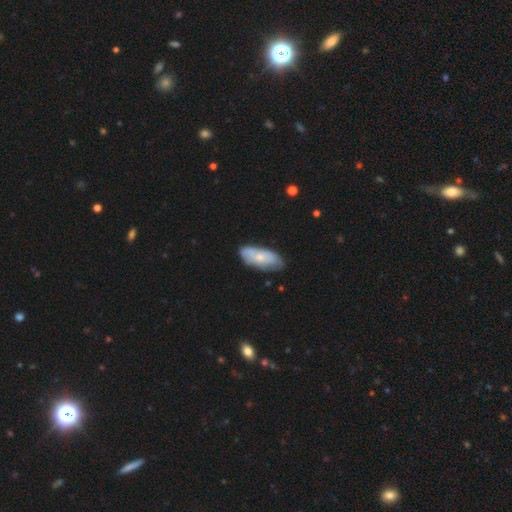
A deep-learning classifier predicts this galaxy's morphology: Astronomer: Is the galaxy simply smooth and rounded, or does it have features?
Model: smooth — 56% (runner-up: featured or disk, 37%).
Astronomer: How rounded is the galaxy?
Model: in between — 81%.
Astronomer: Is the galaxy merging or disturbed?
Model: none — 73%.